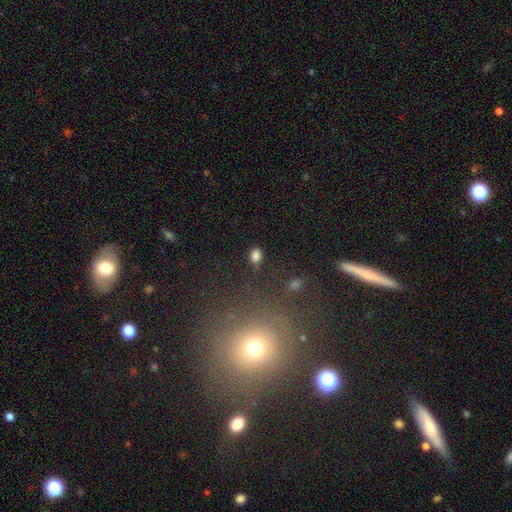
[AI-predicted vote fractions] A smooth galaxy with no disk features (81%) that is in between round and cigar-shaped (61%). Merging: none (66%).